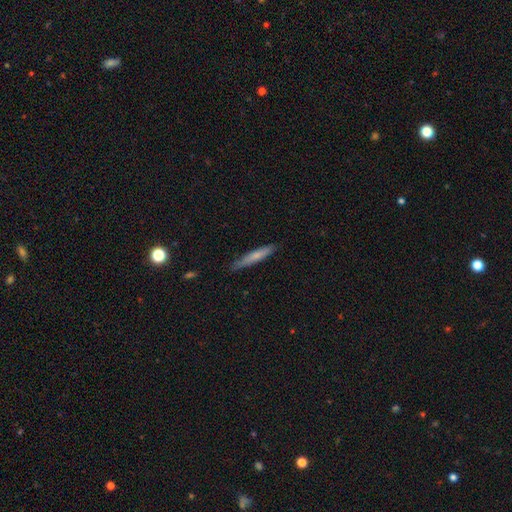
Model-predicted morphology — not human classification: smooth 66%, featured or disk 28%, star or artifact 6%. Down the decision tree: how rounded — cigar-shaped (93%); merging — none (84%).